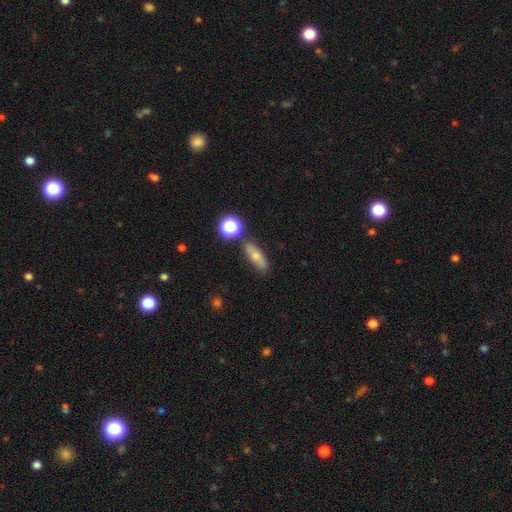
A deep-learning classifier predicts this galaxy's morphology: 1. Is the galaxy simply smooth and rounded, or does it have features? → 63% smooth, 25% featured or disk, 12% star or artifact.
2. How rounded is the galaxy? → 55% in between, 36% cigar-shaped, 10% round.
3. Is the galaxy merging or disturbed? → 77% none, 13% minor disturbance, 6% merger, 3% major disturbance.